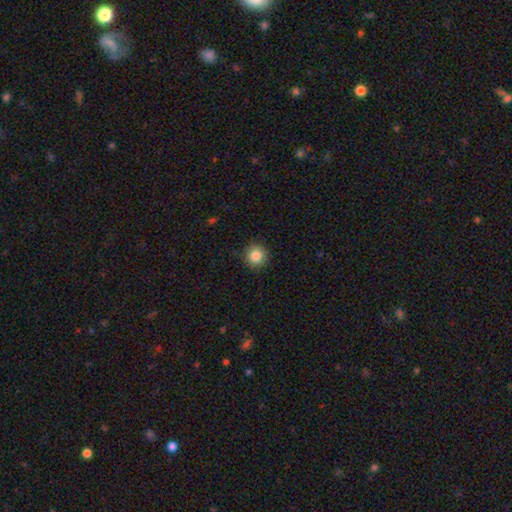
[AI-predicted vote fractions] Overall: smooth (85%). How rounded: round (93%). Merging: none (90%).